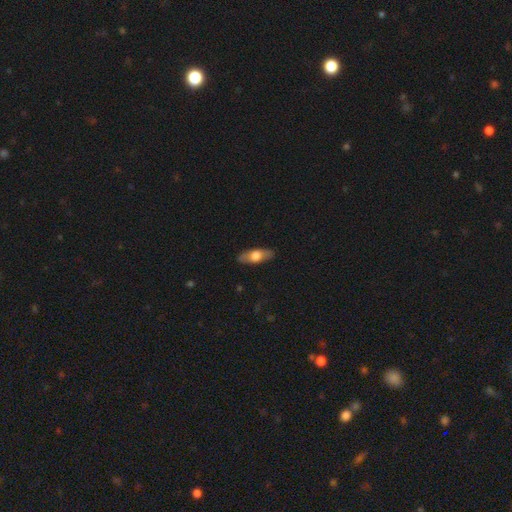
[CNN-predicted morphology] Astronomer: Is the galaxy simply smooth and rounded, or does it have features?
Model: smooth — 58% (runner-up: featured or disk, 36%).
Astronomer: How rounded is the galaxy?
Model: in between — 69%.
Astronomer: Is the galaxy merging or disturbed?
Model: none — 87%.